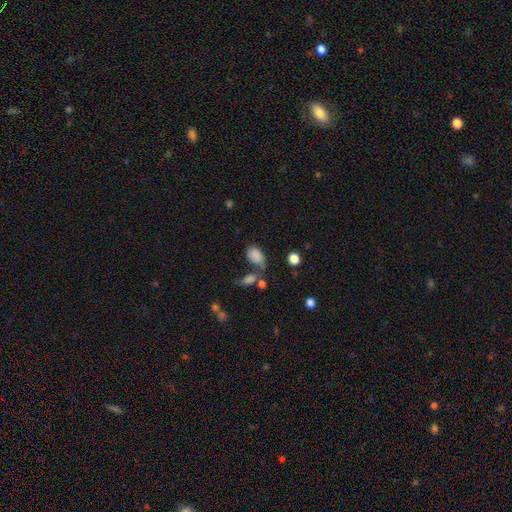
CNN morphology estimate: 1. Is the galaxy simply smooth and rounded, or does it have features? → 80% smooth, 11% star or artifact, 9% featured or disk.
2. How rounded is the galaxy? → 87% in between, 11% round, 2% cigar-shaped.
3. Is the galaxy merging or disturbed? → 35% none, 24% minor disturbance, 23% merger, 18% major disturbance.